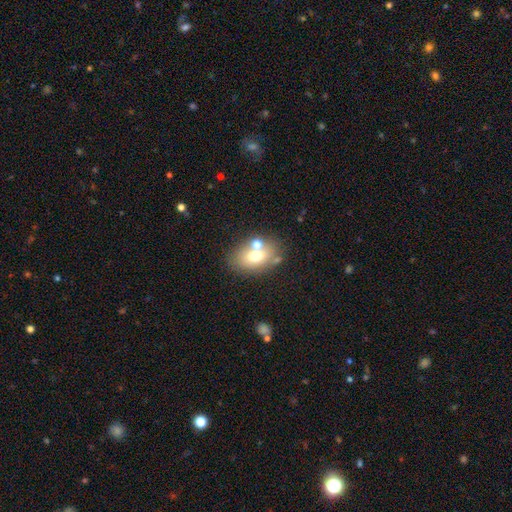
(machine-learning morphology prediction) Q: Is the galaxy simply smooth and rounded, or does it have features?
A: smooth — 65%.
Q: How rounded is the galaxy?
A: in between — 78%.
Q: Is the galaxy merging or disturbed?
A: none — 62%.